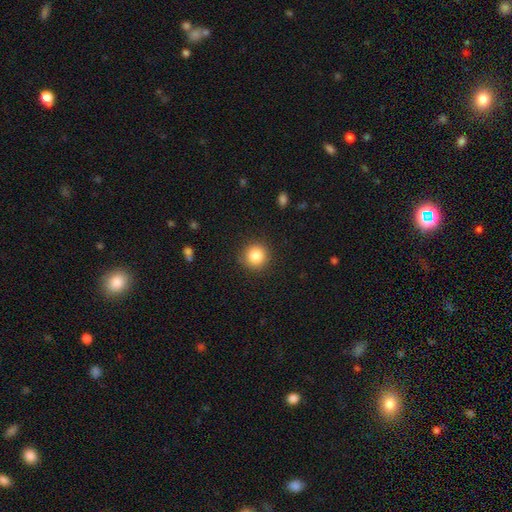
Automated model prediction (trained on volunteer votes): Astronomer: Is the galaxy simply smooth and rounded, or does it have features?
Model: smooth — 85%.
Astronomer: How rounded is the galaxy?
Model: round — 94%.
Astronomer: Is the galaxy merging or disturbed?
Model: none — 89%.